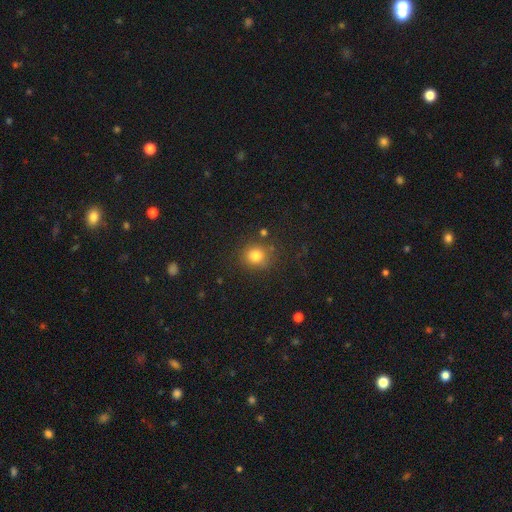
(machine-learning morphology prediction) Smooth or featured? smooth (80%)
How rounded? round (87%)
Merging? none (82%)